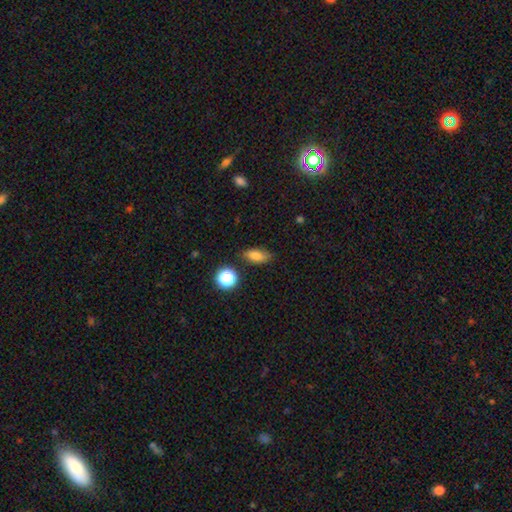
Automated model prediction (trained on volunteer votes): Smooth or featured? Predicted: smooth (p=0.78). How rounded? Predicted: in between (p=0.82). Merging? Predicted: none (p=0.78).